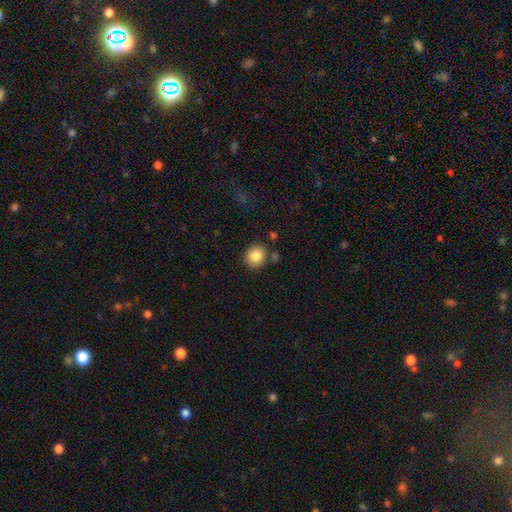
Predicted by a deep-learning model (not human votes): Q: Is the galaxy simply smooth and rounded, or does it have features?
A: smooth — 85%.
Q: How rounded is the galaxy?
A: round — 81%.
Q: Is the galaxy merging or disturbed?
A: none — 84%.